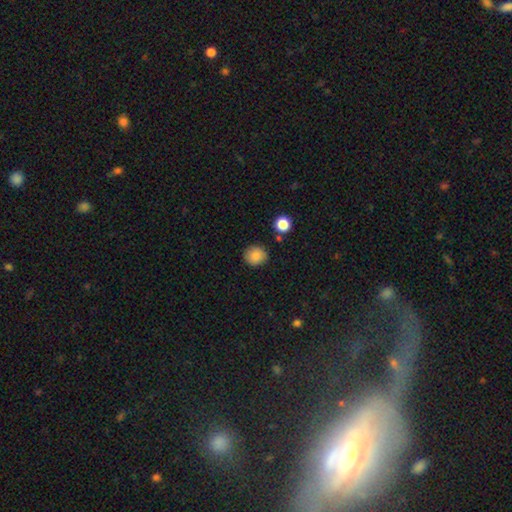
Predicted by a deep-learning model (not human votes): A smooth galaxy with no disk features (86%) that is round (85%).

Vote fractions:
- Smooth or featured? smooth: 86% / star or artifact: 9% / featured or disk: 4%
- How rounded? round: 85% / in between: 14% / cigar-shaped: 1%
- Merging? none: 85% / minor disturbance: 10% / major disturbance: 2% / merger: 2%